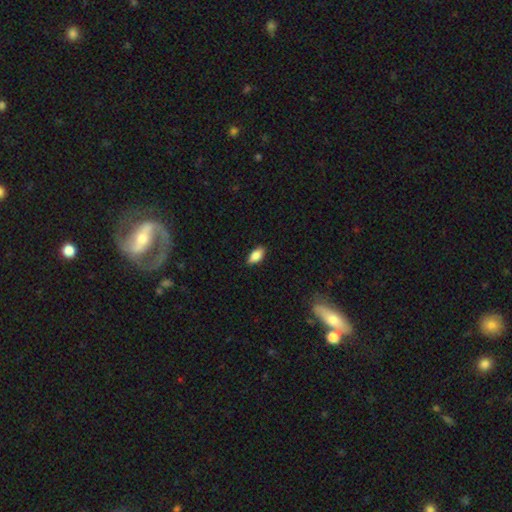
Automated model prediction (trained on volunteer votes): A smooth galaxy with no disk features (87%) that is in between round and cigar-shaped (92%).

Vote fractions:
- Smooth or featured? smooth: 87% / star or artifact: 7% / featured or disk: 6%
- How rounded? in between: 92% / cigar-shaped: 5% / round: 3%
- Merging? none: 87% / minor disturbance: 10% / major disturbance: 2% / merger: 1%